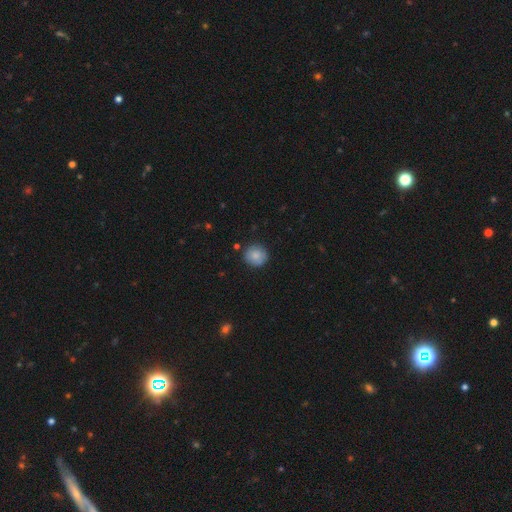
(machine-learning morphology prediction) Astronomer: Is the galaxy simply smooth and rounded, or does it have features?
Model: smooth — 84%.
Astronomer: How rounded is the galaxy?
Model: round — 91%.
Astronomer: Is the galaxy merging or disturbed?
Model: none — 86%.